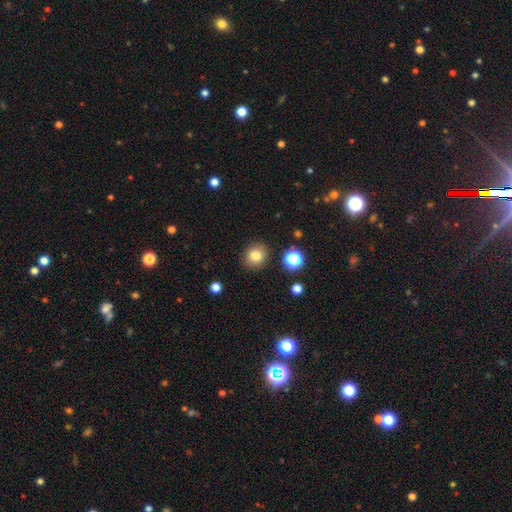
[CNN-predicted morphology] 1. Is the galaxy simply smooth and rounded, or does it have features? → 80% smooth, 12% star or artifact, 7% featured or disk.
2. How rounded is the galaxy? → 82% round, 17% in between, 1% cigar-shaped.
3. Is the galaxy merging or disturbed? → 88% none, 7% minor disturbance, 2% major disturbance, 2% merger.